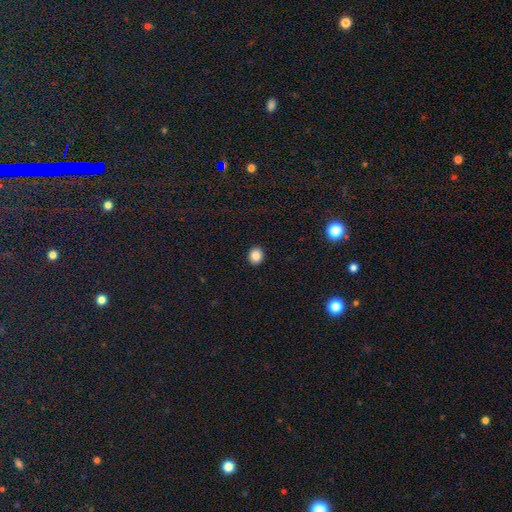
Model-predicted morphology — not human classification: smooth-or-featured: smooth: 85% | star or artifact: 11% | featured or disk: 4%
  how-rounded: round: 77% | in between: 22% | cigar-shaped: 1%
  merging: none: 92% | minor disturbance: 5% | major disturbance: 2% | merger: 1%